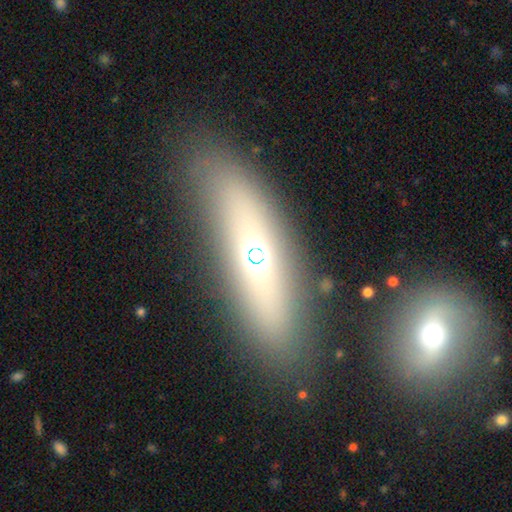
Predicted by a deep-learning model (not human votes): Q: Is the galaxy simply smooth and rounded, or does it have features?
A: smooth — 52%.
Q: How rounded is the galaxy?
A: cigar-shaped — 60%.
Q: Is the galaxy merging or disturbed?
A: none — 75%.